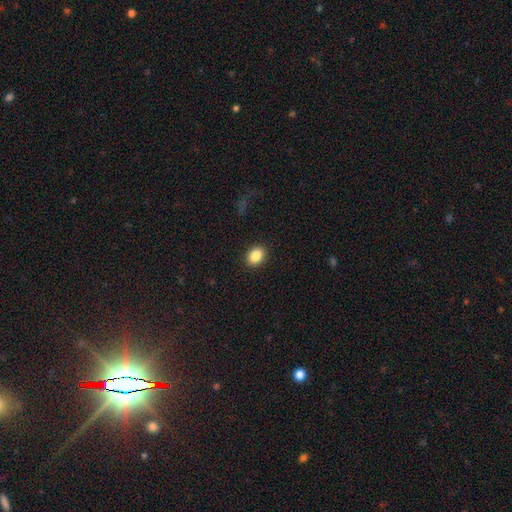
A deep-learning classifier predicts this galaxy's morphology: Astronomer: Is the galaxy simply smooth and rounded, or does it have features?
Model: smooth — 86%.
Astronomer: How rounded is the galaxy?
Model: in between — 66%.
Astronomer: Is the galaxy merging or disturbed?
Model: none — 90%.